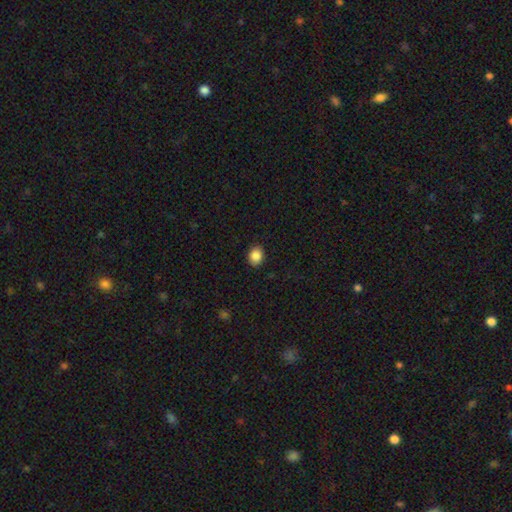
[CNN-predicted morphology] Smooth or featured? smooth (88%)
How rounded? in between (52%)
Merging? none (90%)